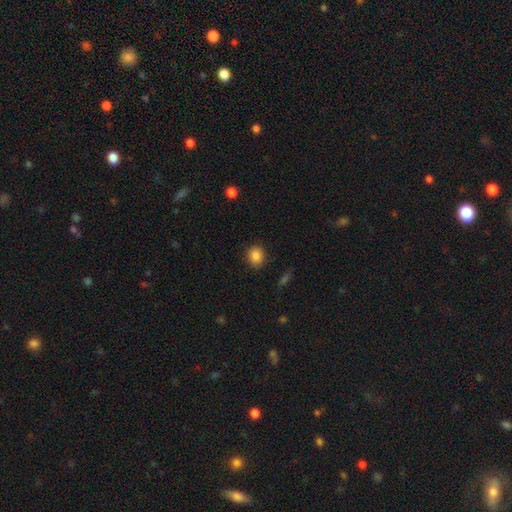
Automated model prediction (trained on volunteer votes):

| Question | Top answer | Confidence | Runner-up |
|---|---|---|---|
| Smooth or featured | smooth | 87% | star or artifact (9%) |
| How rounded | round | 68% | in between (31%) |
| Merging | none | 87% | minor disturbance (9%) |